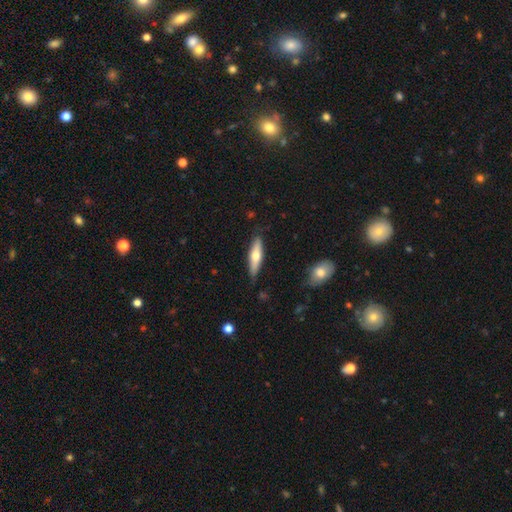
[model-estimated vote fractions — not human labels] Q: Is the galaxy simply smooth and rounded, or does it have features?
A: smooth — 54%.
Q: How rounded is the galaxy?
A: cigar-shaped — 69%.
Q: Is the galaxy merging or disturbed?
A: none — 84%.